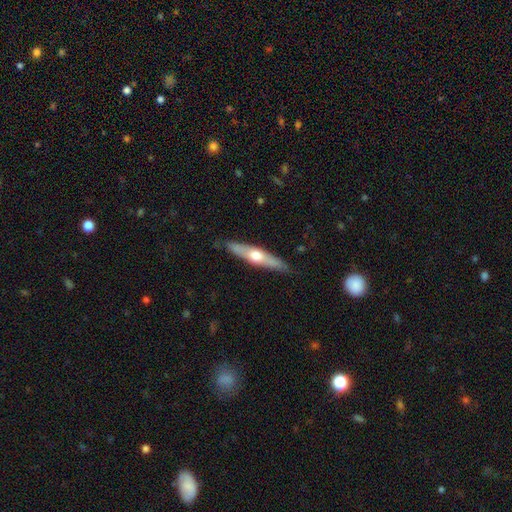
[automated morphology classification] type=featured or disk (54%); edge-on=yes (88%); merging=none (87%).